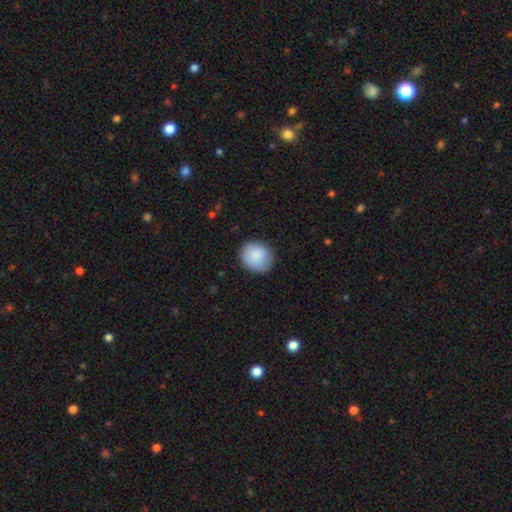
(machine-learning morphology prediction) smooth-or-featured: smooth: 89% | star or artifact: 7% | featured or disk: 5%
  how-rounded: round: 77% | in between: 22% | cigar-shaped: 1%
  merging: none: 86% | minor disturbance: 11% | major disturbance: 3% | merger: 1%